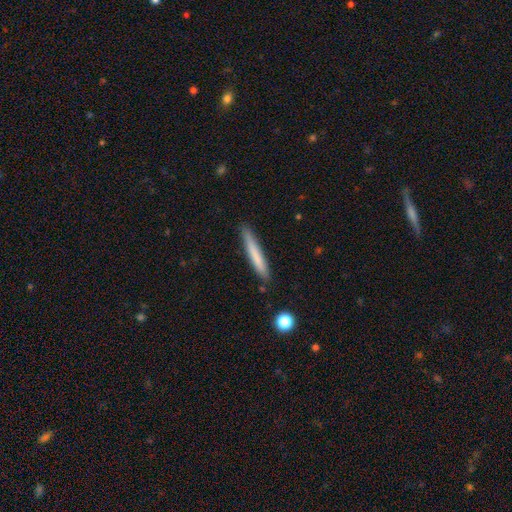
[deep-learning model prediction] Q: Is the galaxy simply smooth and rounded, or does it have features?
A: smooth — 72%.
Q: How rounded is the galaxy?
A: cigar-shaped — 95%.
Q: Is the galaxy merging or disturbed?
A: none — 86%.